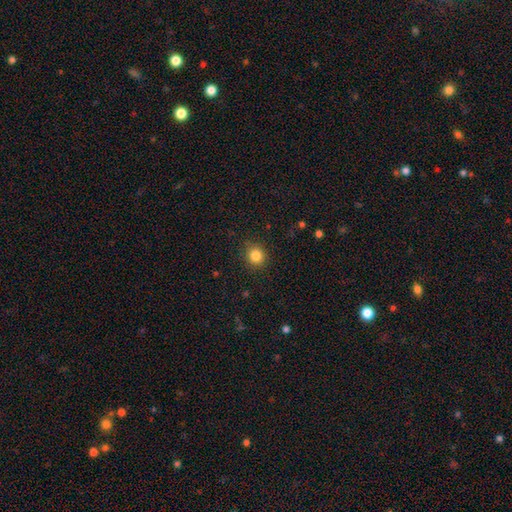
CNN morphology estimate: Smooth or featured? Predicted: smooth (p=0.84). How rounded? Predicted: round (p=0.89). Merging? Predicted: none (p=0.88).